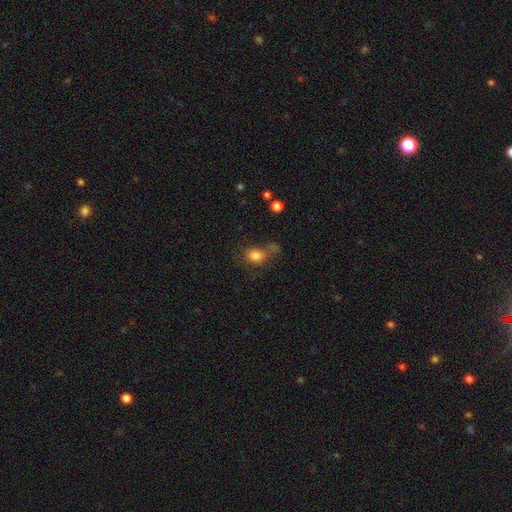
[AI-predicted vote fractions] This is likely a smooth galaxy (79%). How rounded: possibly in between (57%). Merging: marginally none (39%).